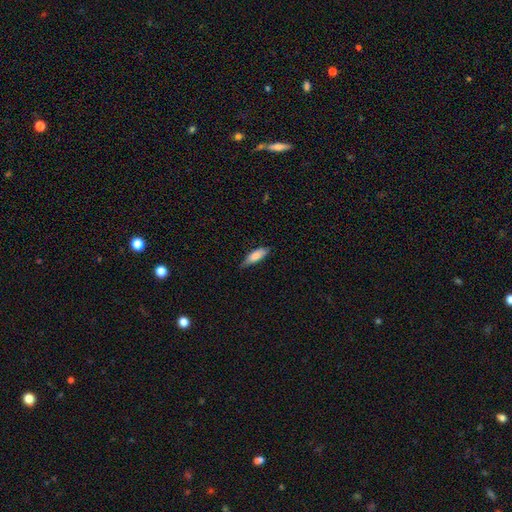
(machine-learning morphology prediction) smooth_or_featured: smooth (p=0.79) [alt: featured or disk p=0.15]
how_rounded: in between (p=0.59) [alt: cigar-shaped p=0.40]
merging: none (p=0.64) [alt: minor disturbance p=0.30]